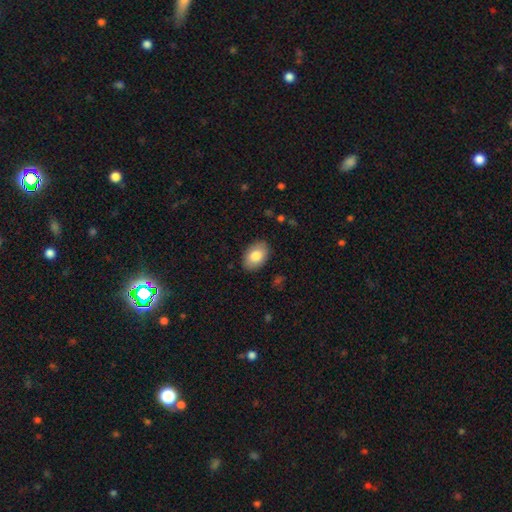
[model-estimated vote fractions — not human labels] smooth_or_featured: smooth (p=0.82) [alt: featured or disk p=0.12]
how_rounded: in between (p=0.88) [alt: round p=0.11]
merging: none (p=0.88) [alt: minor disturbance p=0.09]